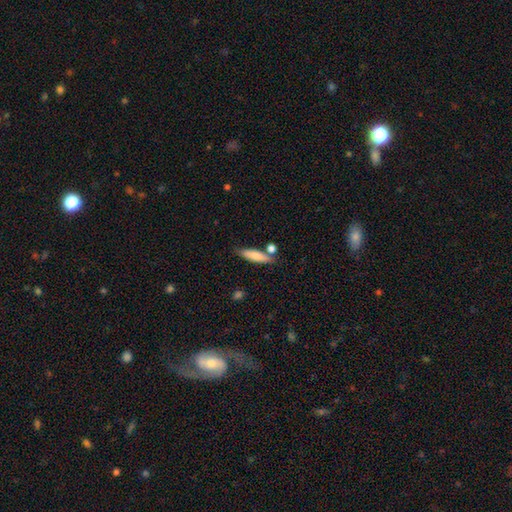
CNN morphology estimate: This appears to be a smooth galaxy with no disk features (75%) that is cigar-shaped (72%). Merging: none (71%).